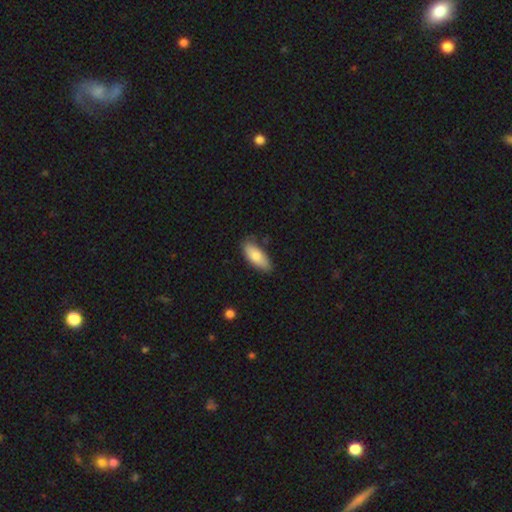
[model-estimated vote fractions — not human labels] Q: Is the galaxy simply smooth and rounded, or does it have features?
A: smooth — 80%.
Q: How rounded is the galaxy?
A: in between — 80%.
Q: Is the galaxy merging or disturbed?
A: none — 75%.